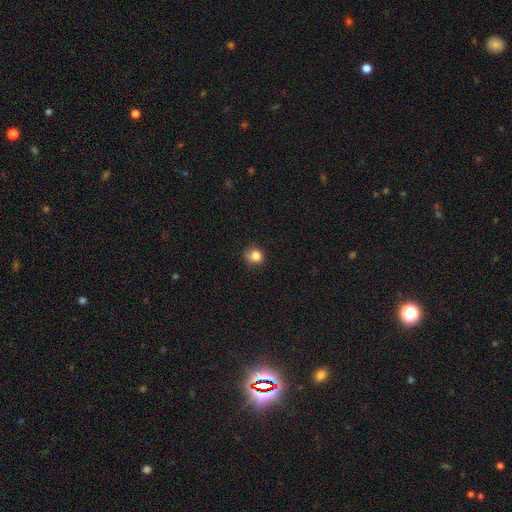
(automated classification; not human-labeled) smooth_or_featured: smooth (p=0.82) [alt: star or artifact p=0.12]
how_rounded: round (p=0.79) [alt: in between p=0.20]
merging: none (p=0.71) [alt: minor disturbance p=0.22]